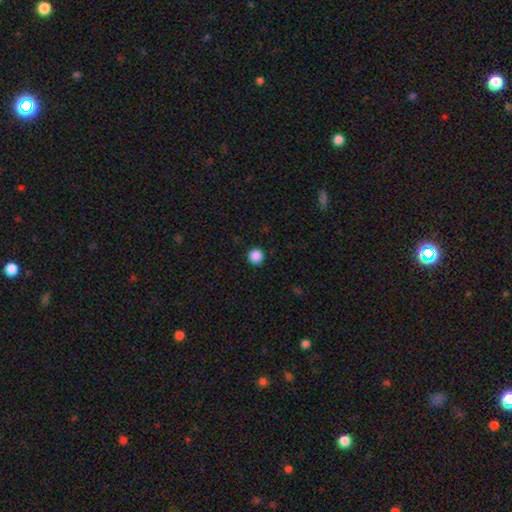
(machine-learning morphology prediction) Smooth or featured? Predicted: smooth (p=0.88). How rounded? Predicted: round (p=0.96). Merging? Predicted: none (p=0.93).